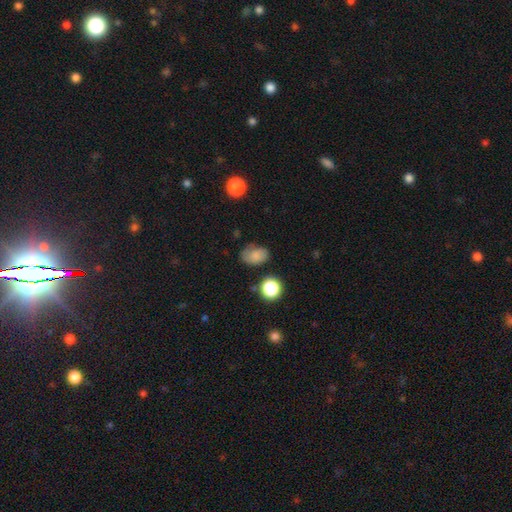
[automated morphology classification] Smooth or featured? smooth (70%)
How rounded? in between (74%)
Merging? none (60%)